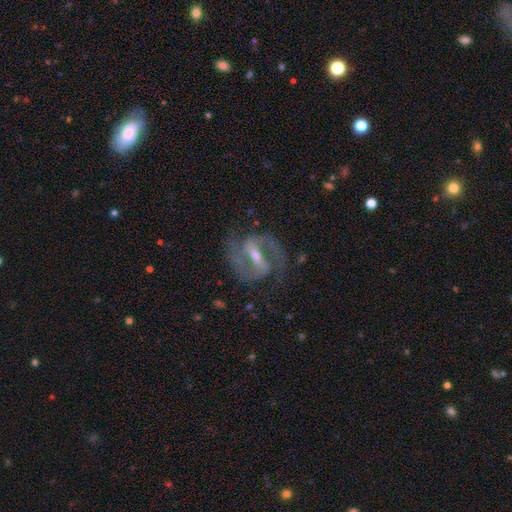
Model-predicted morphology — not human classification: This is clearly a featured or disk galaxy (92%). It is clearly not viewed edge-on (97%). Bar: likely strong (64%). Spiral arm pattern: clearly yes (97%). Spiral arm count: clearly 2 (93%). Spiral winding: likely medium (64%). Central bulge: possibly small (54%). Merging: likely none (78%).